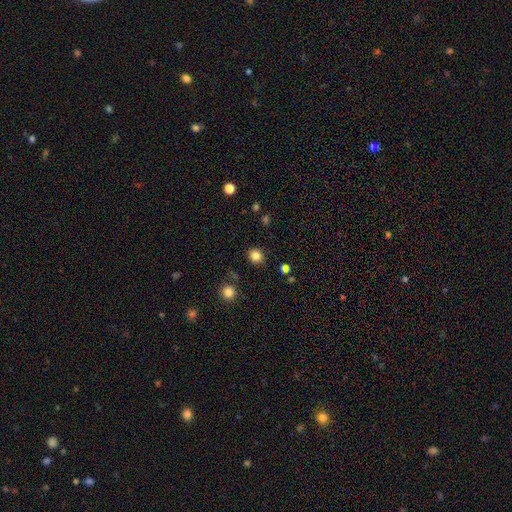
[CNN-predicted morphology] This is clearly a smooth galaxy (83%). How rounded: clearly round (88%). Merging: clearly none (87%).